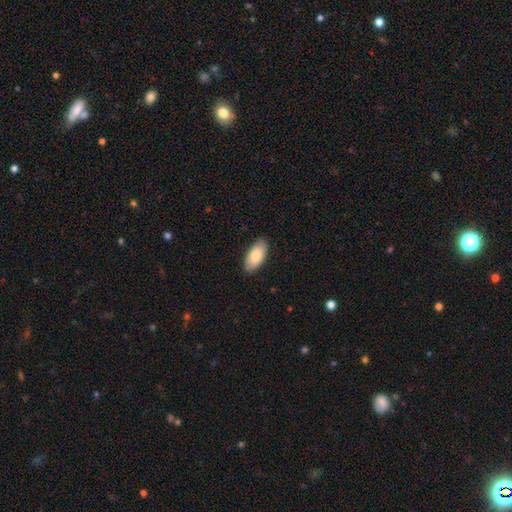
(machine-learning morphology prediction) Overall: smooth (82%). How rounded: in between (94%). Merging: none (88%).